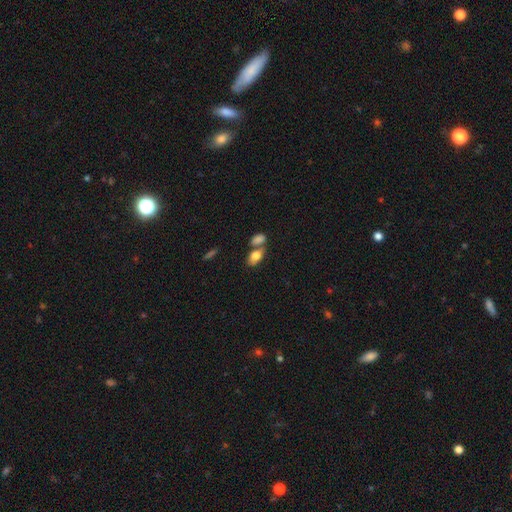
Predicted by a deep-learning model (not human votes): A smooth galaxy with no disk features (77%) that is in between round and cigar-shaped (88%). Merging: merger (42%).